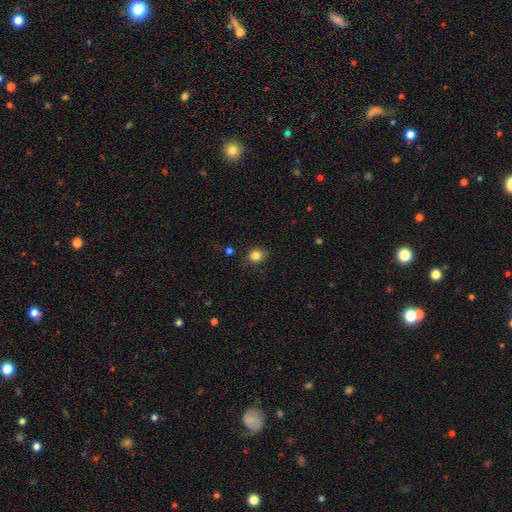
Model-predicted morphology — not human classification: Smooth or featured?
  - smooth: 83% *
  - star or artifact: 11%
  - featured or disk: 5%
How rounded?
  - round: 80% *
  - in between: 19%
  - cigar-shaped: 1%
Merging?
  - none: 83% *
  - minor disturbance: 13%
  - major disturbance: 3%
  - merger: 2%